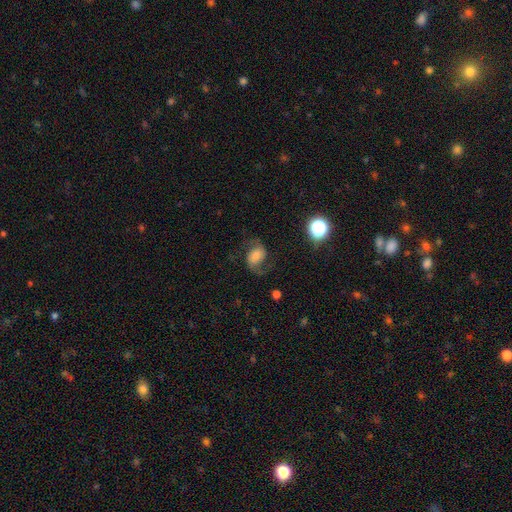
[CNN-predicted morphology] type=featured or disk (63%); edge-on=no (97%); bar=no (48%); spiral arms=yes (93%); winding=loose (50%); arm count=2 (90%); bulge=moderate (35%); merging=none (67%).